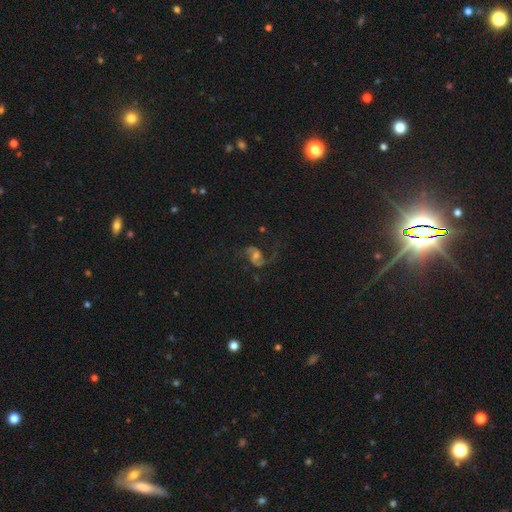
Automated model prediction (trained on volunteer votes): A featured or disk galaxy (79%) with no bar (49%), 2 (90%) loose (60%) spiral arms (94%) and a moderate central bulge (53%).

Vote fractions:
- Smooth or featured? featured or disk: 79% / smooth: 12% / star or artifact: 9%
- Edge-on disk? no: 97% / yes: 3%
- Bar? no: 49% / weak: 38% / strong: 13%
- Spiral arms? yes: 94% / no: 6%
- Spiral winding? loose: 60% / medium: 33% / tight: 7%
- Spiral arm count? 2: 90% / 1: 4% / can't tell: 3% / 3: 1% / 4: 1% / more than 4: 1%
- Bulge size? moderate: 53% / small: 34% / large: 7% / none: 4% / dominant: 2%
- Merging? none: 64% / major disturbance: 19% / minor disturbance: 16% / merger: 2%